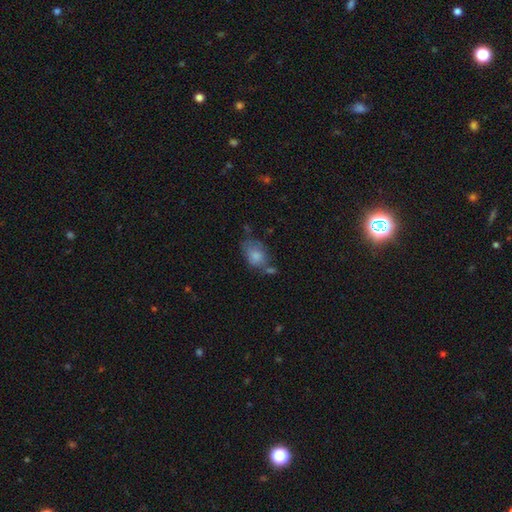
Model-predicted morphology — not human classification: Smooth or featured? Predicted: smooth (p=0.76). How rounded? Predicted: in between (p=0.81). Merging? Predicted: none (p=0.39).